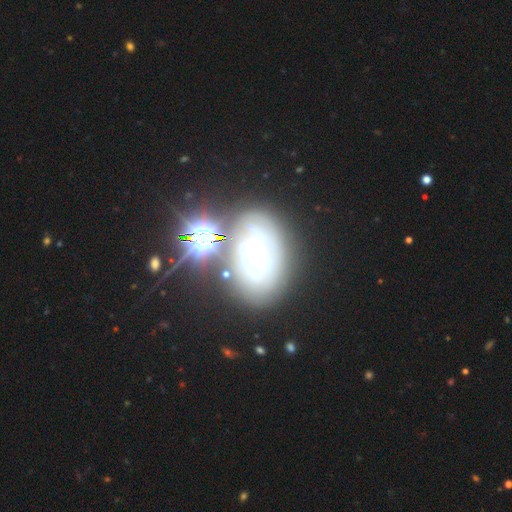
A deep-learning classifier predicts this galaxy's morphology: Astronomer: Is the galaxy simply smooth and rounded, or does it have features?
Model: featured or disk — 58%.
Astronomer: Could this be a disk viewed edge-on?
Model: no — 91%.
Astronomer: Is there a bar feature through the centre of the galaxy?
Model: no — 61%.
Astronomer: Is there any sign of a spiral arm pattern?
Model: no — 59% (runner-up: yes, 41%).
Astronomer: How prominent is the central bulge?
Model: large — 48% (runner-up: dominant, 23%).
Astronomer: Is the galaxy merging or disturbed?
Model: none — 58%.